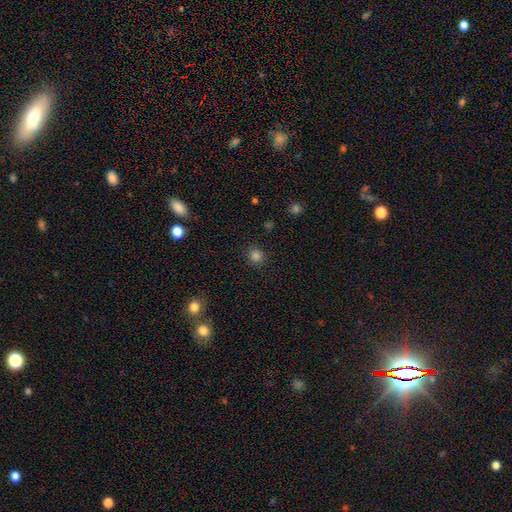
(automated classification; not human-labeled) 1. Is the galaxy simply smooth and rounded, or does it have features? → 82% smooth, 14% star or artifact, 4% featured or disk.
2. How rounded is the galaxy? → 85% round, 14% in between, 1% cigar-shaped.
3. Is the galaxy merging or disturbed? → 88% none, 8% minor disturbance, 3% major disturbance, 1% merger.